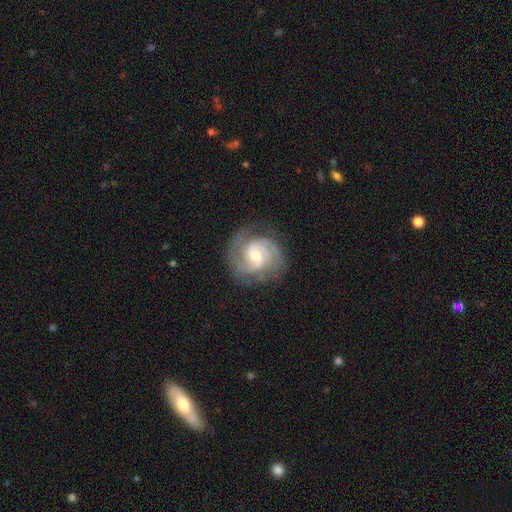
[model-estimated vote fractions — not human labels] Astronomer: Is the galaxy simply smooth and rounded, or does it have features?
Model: featured or disk — 90%.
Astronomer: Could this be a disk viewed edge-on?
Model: no — 98%.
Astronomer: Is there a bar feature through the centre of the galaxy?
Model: weak — 50% (runner-up: no, 37%).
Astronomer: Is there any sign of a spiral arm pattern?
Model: yes — 98%.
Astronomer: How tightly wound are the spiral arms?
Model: tight — 57% (runner-up: medium, 38%).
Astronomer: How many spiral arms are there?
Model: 2 — 45% (runner-up: 3, 32%).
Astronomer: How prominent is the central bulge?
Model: moderate — 56% (runner-up: small, 39%).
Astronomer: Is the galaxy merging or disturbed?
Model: none — 78%.